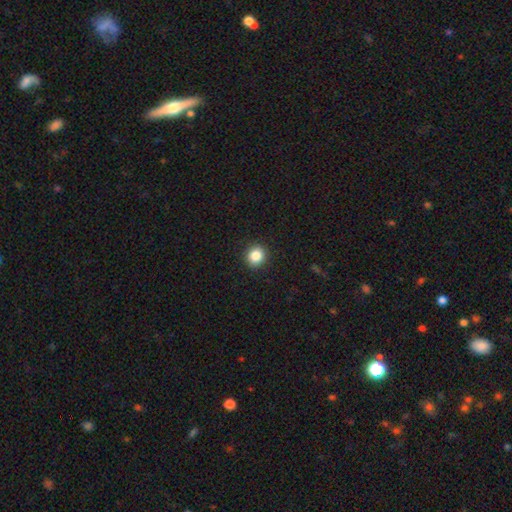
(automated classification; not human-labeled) This appears to be a smooth galaxy with no disk features (85%) that is round (87%). Merging: none (92%).